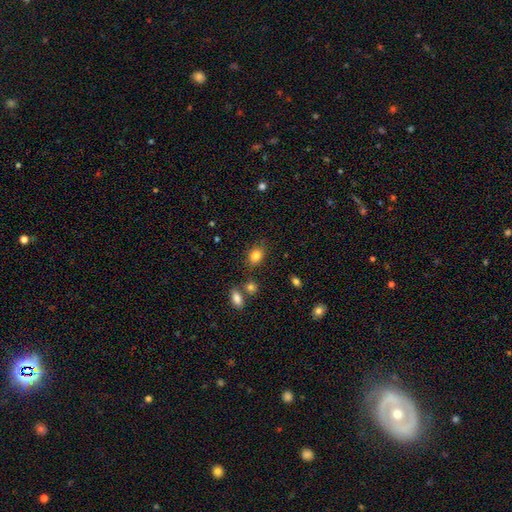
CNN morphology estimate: Smooth or featured?
  - smooth: 83% *
  - star or artifact: 10%
  - featured or disk: 7%
How rounded?
  - in between: 58% *
  - round: 41%
  - cigar-shaped: 1%
Merging?
  - none: 80% *
  - minor disturbance: 12%
  - merger: 5%
  - major disturbance: 3%